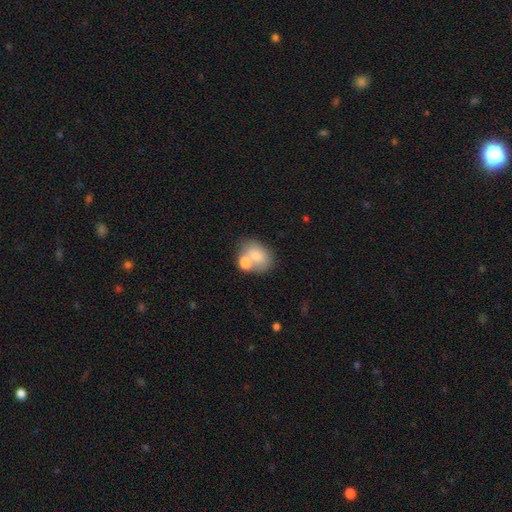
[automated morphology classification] smooth 75%, featured or disk 16%, star or artifact 9%. Down the decision tree: how rounded — in between (61%); merging — none (43%).